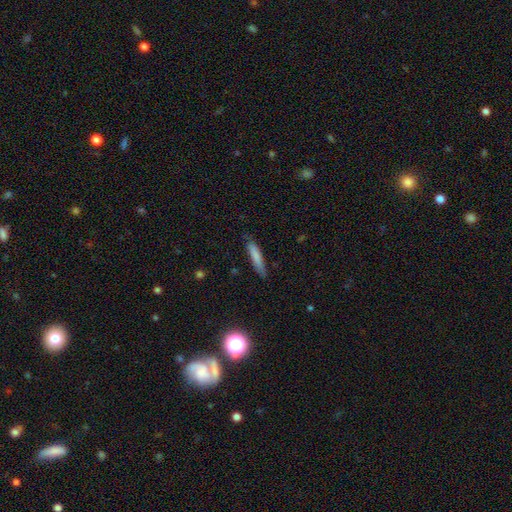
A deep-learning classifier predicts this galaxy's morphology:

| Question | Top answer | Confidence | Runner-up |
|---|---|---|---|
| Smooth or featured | smooth | 79% | featured or disk (14%) |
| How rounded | cigar-shaped | 86% | in between (12%) |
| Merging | none | 79% | minor disturbance (17%) |